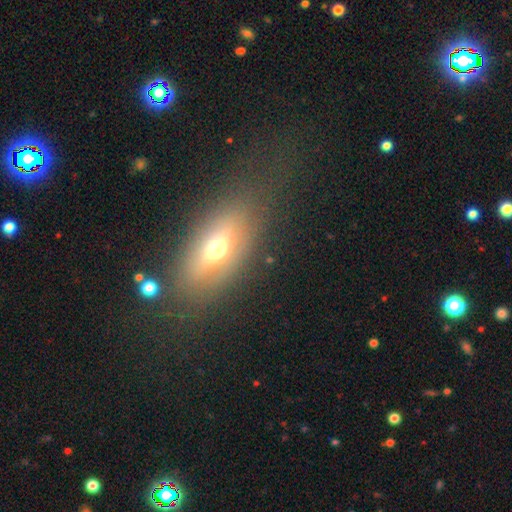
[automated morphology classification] This is possibly a smooth galaxy (52%). How rounded: likely in between (72%). Merging: likely none (67%).